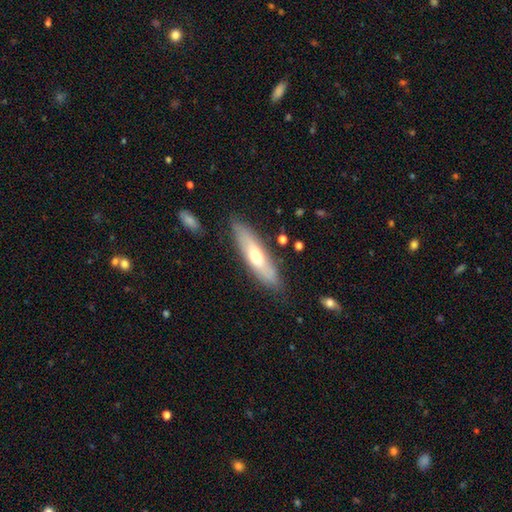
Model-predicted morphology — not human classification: Q: Smooth or featured?
A: smooth (52%); runner-up: featured or disk (42%)
Q: How rounded?
A: cigar-shaped (64%); runner-up: in between (35%)
Q: Merging?
A: none (80%); runner-up: minor disturbance (14%)